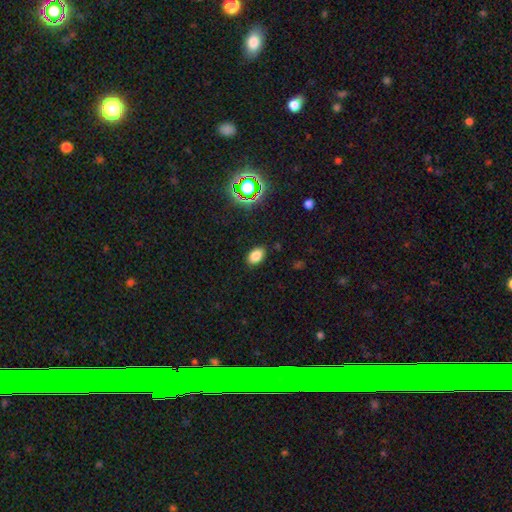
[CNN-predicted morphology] A smooth galaxy with no disk features (80%) that is in between round and cigar-shaped (88%). Merging: none (86%).